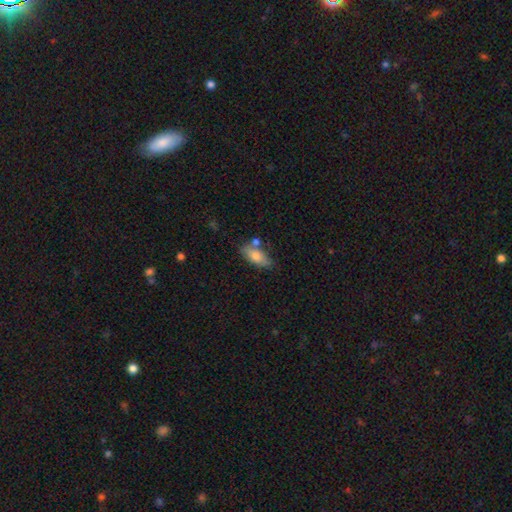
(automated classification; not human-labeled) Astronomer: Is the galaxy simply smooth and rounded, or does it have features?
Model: smooth — 76%.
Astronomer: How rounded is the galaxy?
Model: in between — 83%.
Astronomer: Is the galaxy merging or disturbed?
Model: none — 62%.